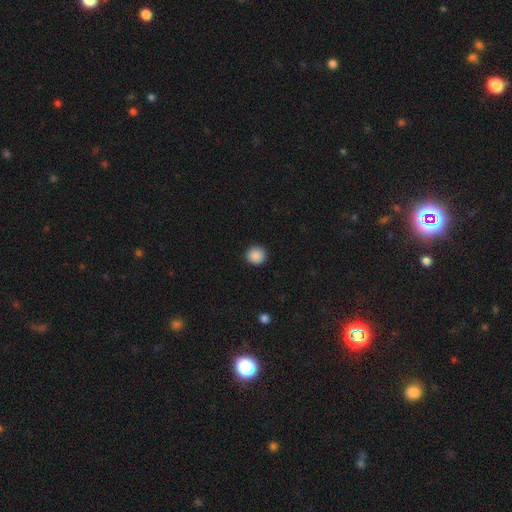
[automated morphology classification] Smooth or featured? smooth (89%)
How rounded? round (94%)
Merging? none (92%)